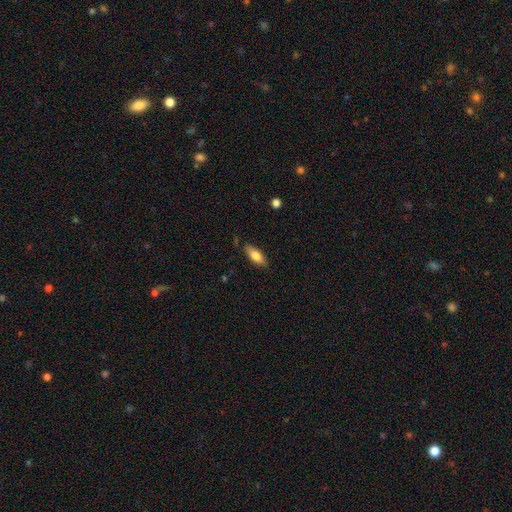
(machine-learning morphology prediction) Smooth or featured?
  - smooth: 76% *
  - featured or disk: 18%
  - star or artifact: 6%
How rounded?
  - in between: 73% *
  - cigar-shaped: 25%
  - round: 2%
Merging?
  - none: 80% *
  - minor disturbance: 15%
  - major disturbance: 3%
  - merger: 2%